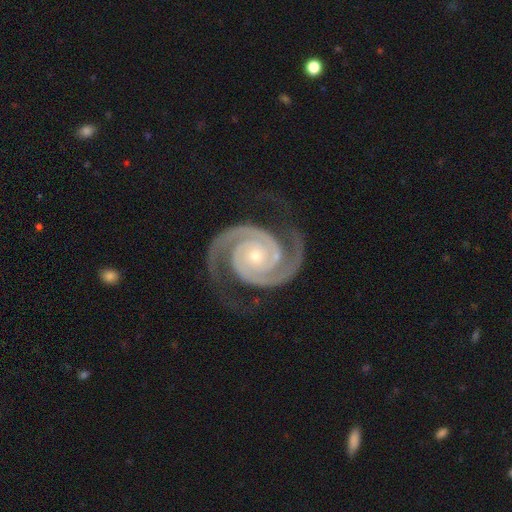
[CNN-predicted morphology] Smooth or featured?
  - featured or disk: 95% *
  - star or artifact: 3%
  - smooth: 2%
Edge-on disk?
  - no: 98% *
  - yes: 2%
Bar?
  - no: 76% *
  - weak: 14%
  - strong: 9%
Spiral arms?
  - yes: 99% *
  - no: 1%
Spiral winding?
  - tight: 68% *
  - medium: 29%
  - loose: 3%
Spiral arm count?
  - 2: 94% *
  - 3: 2%
  - can't tell: 1%
  - 1: 1%
  - 4: 1%
  - more than 4: 1%
Bulge size?
  - small: 67% *
  - moderate: 29%
  - large: 2%
  - none: 1%
  - dominant: 1%
Merging?
  - none: 83% *
  - minor disturbance: 12%
  - major disturbance: 5%
  - merger: 1%